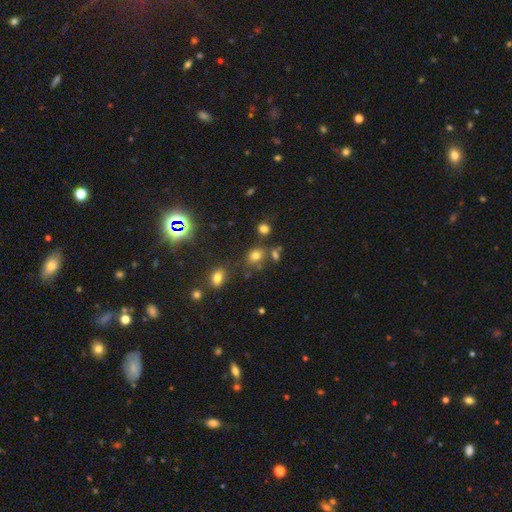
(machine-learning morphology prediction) Smooth or featured? Predicted: smooth (p=0.72). How rounded? Predicted: in between (p=0.55). Merging? Predicted: none (p=0.66).